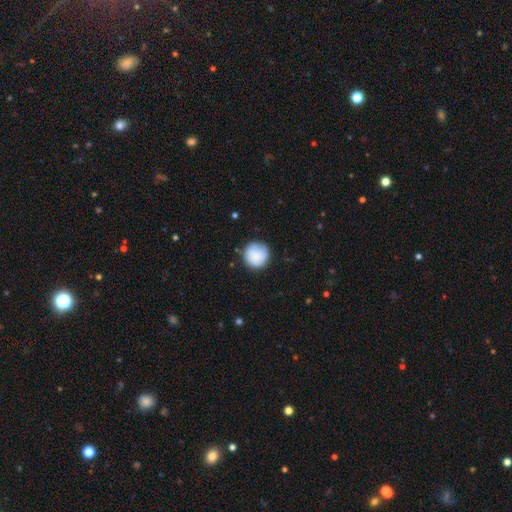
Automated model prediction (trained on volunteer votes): Smooth or featured?
  - smooth: 86% *
  - star or artifact: 7%
  - featured or disk: 7%
How rounded?
  - round: 95% *
  - in between: 4%
  - cigar-shaped: 1%
Merging?
  - none: 82% *
  - minor disturbance: 13%
  - major disturbance: 3%
  - merger: 2%